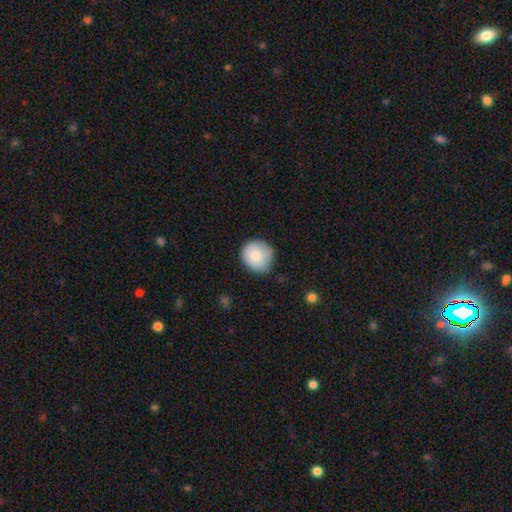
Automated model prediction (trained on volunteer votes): A smooth galaxy with no disk features (84%) that is round (87%). Merging: none (76%).